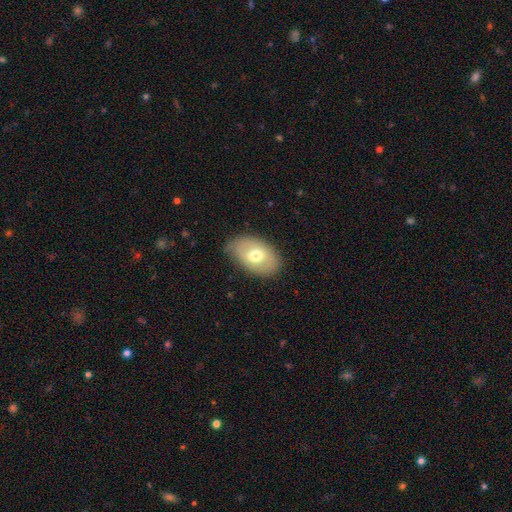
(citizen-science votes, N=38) Smooth or featured: smooth — 63% (featured or disk — 34%)
How rounded: in between — 92% (round — 4%)
Merging: none — 68% (minor disturbance — 27%)